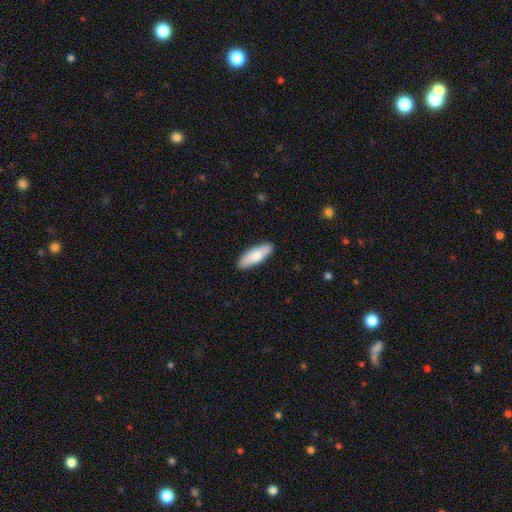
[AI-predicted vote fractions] Smooth or featured?
  - smooth: 76% *
  - featured or disk: 19%
  - star or artifact: 5%
How rounded?
  - in between: 52% *
  - cigar-shaped: 46%
  - round: 2%
Merging?
  - none: 88% *
  - minor disturbance: 9%
  - major disturbance: 2%
  - merger: 1%